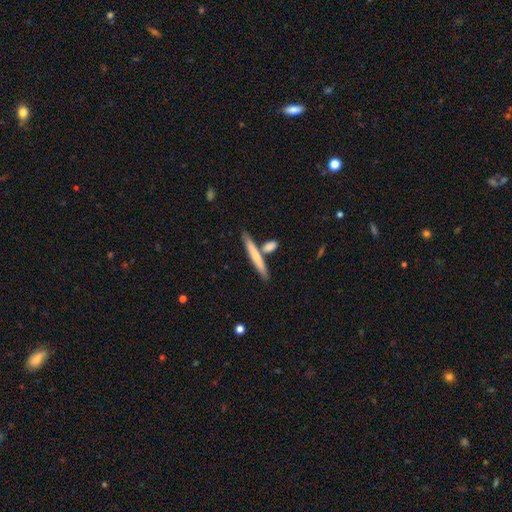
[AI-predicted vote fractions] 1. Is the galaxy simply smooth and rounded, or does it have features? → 64% smooth, 30% featured or disk, 5% star or artifact.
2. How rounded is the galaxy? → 92% cigar-shaped, 6% in between, 2% round.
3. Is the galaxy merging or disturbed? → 70% none, 16% merger, 10% minor disturbance, 3% major disturbance.